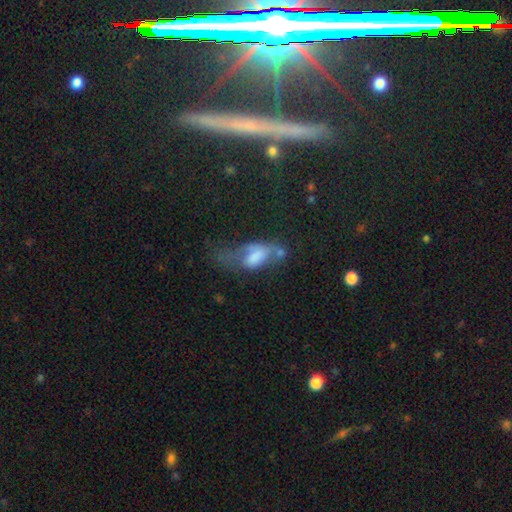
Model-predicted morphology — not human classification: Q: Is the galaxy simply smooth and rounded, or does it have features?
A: smooth — 53%.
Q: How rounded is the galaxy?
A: in between — 86%.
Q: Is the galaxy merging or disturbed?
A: major disturbance — 45%.